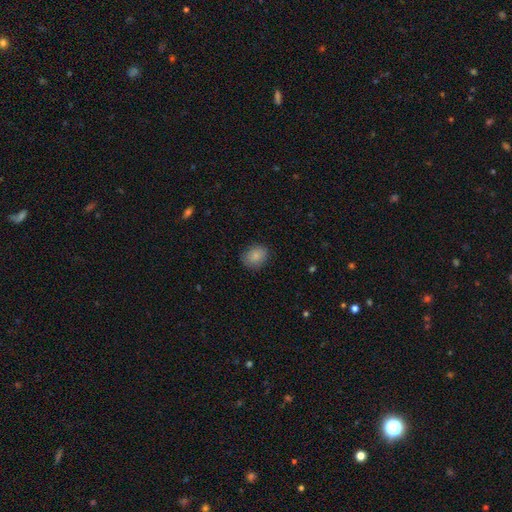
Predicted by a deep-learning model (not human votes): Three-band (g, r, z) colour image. It shows a smooth galaxy with no disk features (86%) that is round (52%). Merging: none (84%).